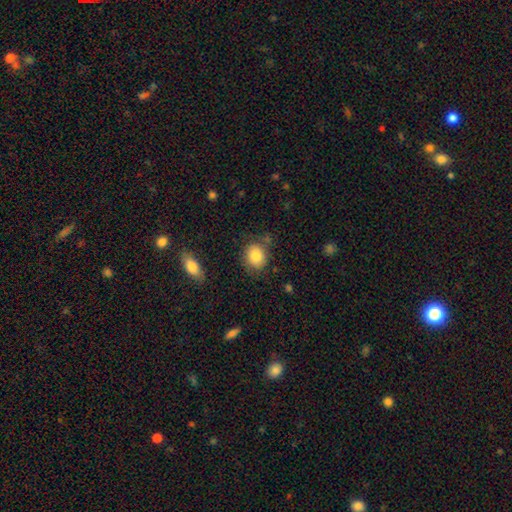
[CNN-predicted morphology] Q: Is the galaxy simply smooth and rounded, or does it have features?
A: smooth — 83%.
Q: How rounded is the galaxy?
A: round — 59%.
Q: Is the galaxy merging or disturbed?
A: none — 74%.